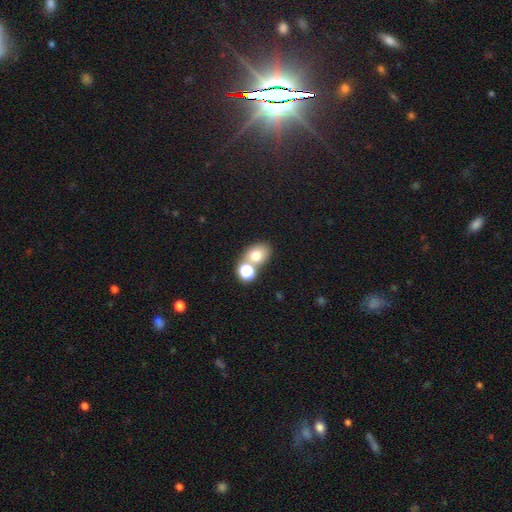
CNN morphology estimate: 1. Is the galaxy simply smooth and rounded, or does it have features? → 74% smooth, 14% star or artifact, 12% featured or disk.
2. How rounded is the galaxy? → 60% in between, 39% round, 1% cigar-shaped.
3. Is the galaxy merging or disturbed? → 48% none, 38% merger, 10% minor disturbance, 4% major disturbance.